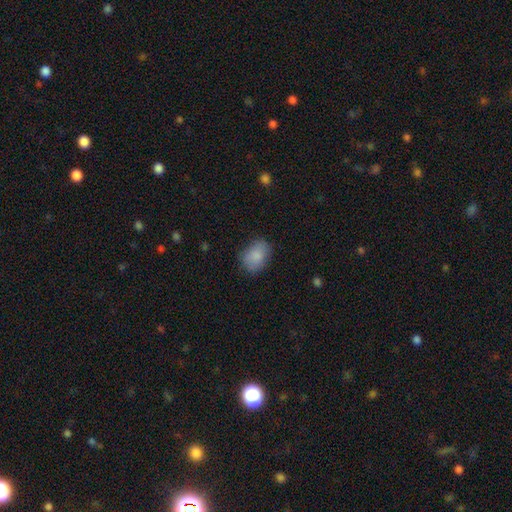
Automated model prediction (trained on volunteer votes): Overall: smooth (85%). How rounded: in between (71%). Merging: none (72%).